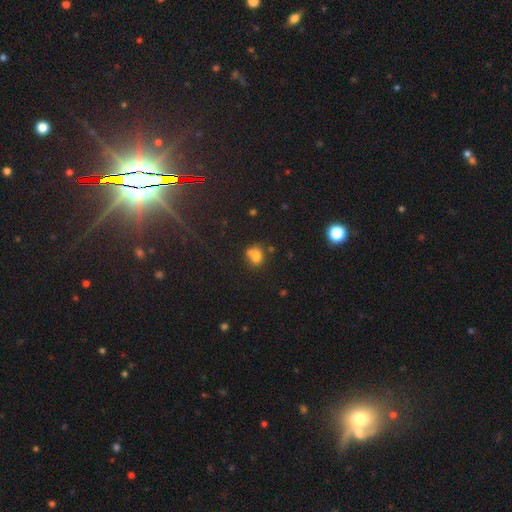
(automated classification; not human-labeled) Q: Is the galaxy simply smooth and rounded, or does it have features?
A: smooth — 74%.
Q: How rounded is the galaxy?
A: round — 66%.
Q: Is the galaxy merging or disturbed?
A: none — 45%.